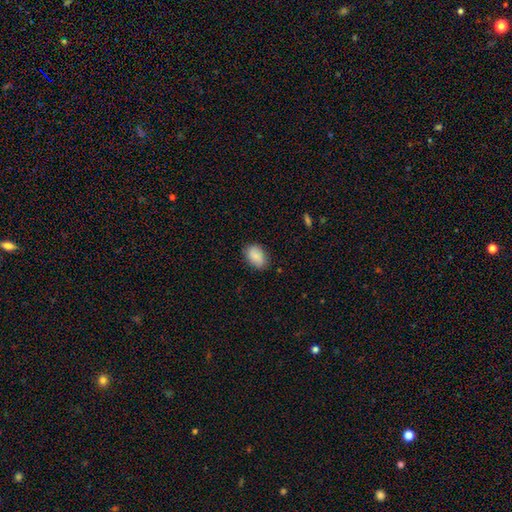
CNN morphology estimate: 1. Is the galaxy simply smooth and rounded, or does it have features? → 85% smooth, 9% featured or disk, 7% star or artifact.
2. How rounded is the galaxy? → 85% in between, 14% round, 1% cigar-shaped.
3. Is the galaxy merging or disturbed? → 80% none, 16% minor disturbance, 3% major disturbance, 1% merger.